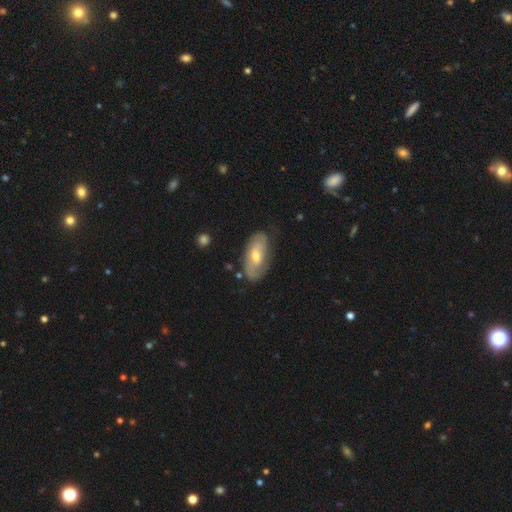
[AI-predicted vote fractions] smooth-or-featured: featured or disk: 52% | smooth: 42% | star or artifact: 6%
  disk-edge-on: no: 87% | yes: 13%
  merging: none: 71% | minor disturbance: 21% | major disturbance: 5% | merger: 2%